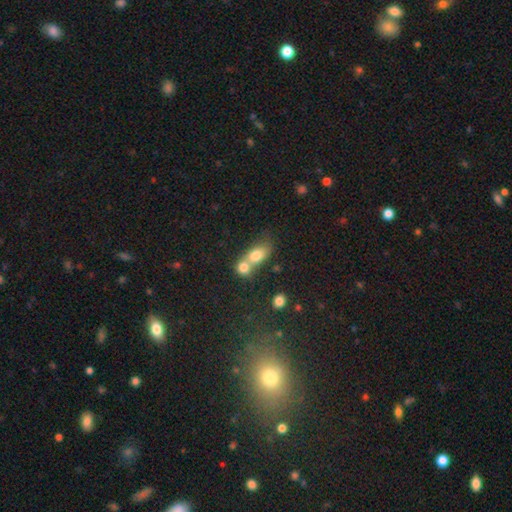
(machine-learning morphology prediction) The model was most divided on "how rounded": in between: 66%, round: 29%, cigar-shaped: 6%. More confident: smooth or featured — smooth (76%); merging — merger (70%).